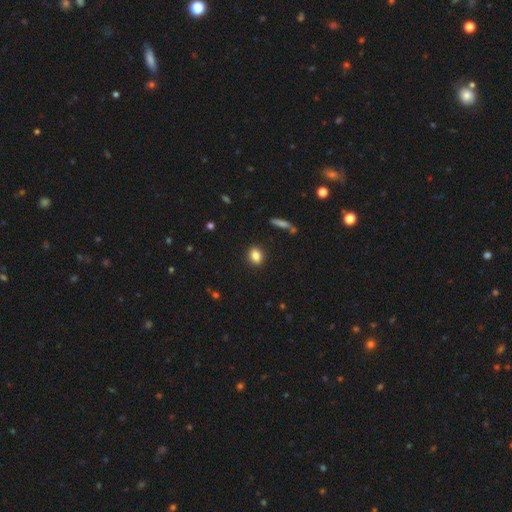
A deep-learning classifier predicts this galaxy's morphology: smooth_or_featured: smooth (p=0.84) [alt: star or artifact p=0.10]
how_rounded: in between (p=0.59) [alt: round p=0.39]
merging: none (p=0.89) [alt: minor disturbance p=0.07]